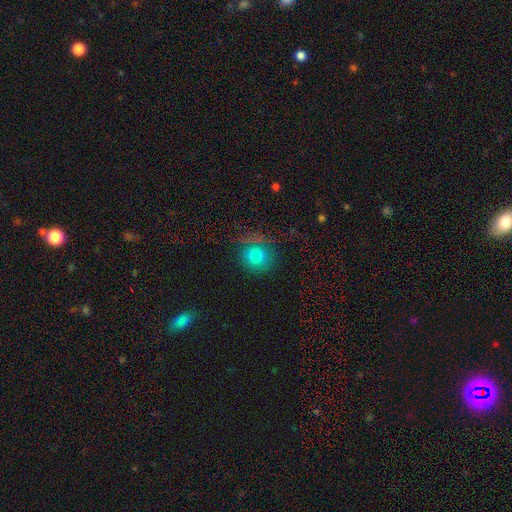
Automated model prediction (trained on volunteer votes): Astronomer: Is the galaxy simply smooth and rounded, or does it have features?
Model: smooth — 75%.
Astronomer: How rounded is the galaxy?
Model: round — 89%.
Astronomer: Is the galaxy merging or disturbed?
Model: none — 78%.